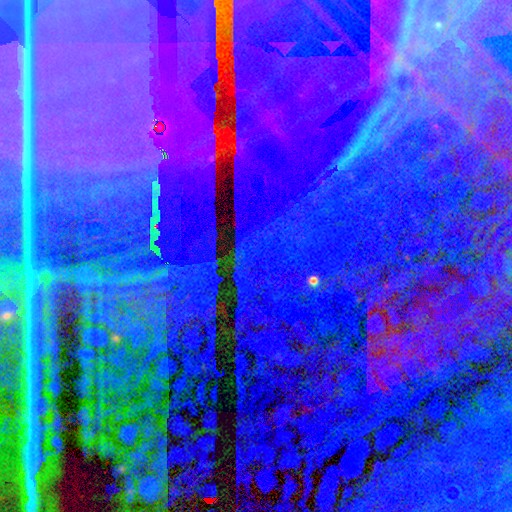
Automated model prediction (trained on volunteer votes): Smooth or featured?
  - star or artifact: 89% *
  - featured or disk: 6%
  - smooth: 5%